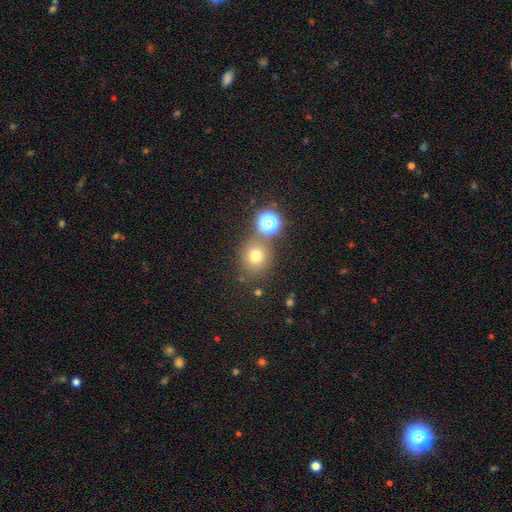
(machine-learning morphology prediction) smooth-or-featured: smooth: 72% | star or artifact: 18% | featured or disk: 9%
  how-rounded: round: 84% | in between: 15% | cigar-shaped: 1%
  merging: none: 72% | merger: 14% | minor disturbance: 10% | major disturbance: 4%